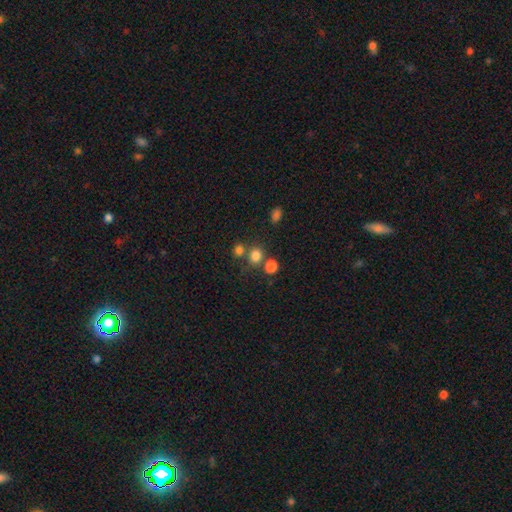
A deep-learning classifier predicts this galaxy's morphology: This is likely a smooth galaxy (78%). How rounded: likely round (75%). Merging: likely none (64%).